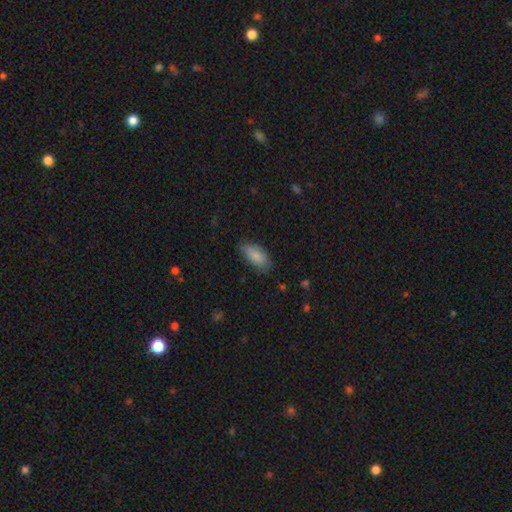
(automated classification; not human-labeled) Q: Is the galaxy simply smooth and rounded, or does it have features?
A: smooth — 87%.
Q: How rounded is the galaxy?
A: in between — 88%.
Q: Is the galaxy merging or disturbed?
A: none — 77%.